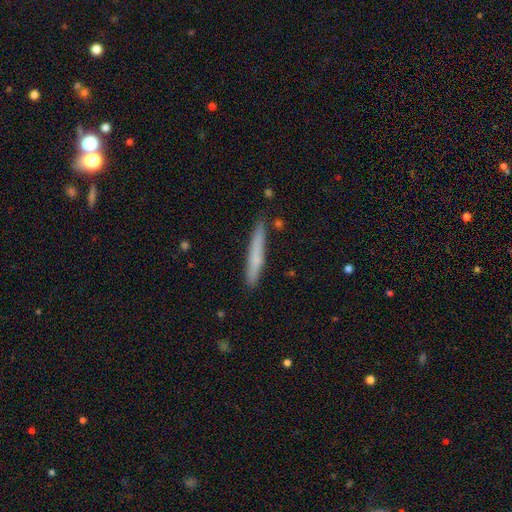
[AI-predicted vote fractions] Smooth or featured?
  - smooth: 64% *
  - featured or disk: 30%
  - star or artifact: 6%
How rounded?
  - cigar-shaped: 96% *
  - in between: 3%
  - round: 1%
Merging?
  - none: 85% *
  - minor disturbance: 11%
  - merger: 2%
  - major disturbance: 2%